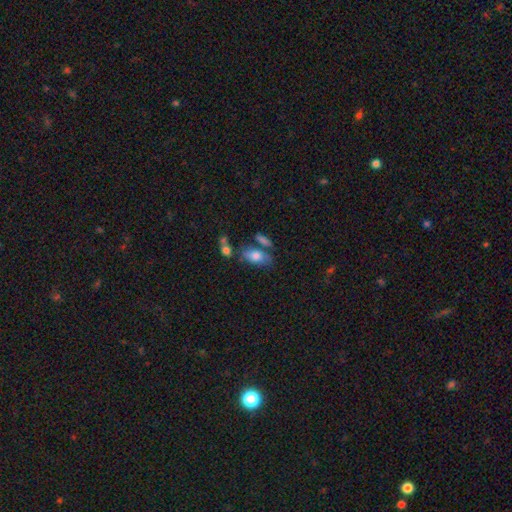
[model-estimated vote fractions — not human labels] Smooth or featured: smooth — 75% (featured or disk — 17%)
How rounded: in between — 87% (cigar-shaped — 8%)
Merging: none — 55% (minor disturbance — 19%)